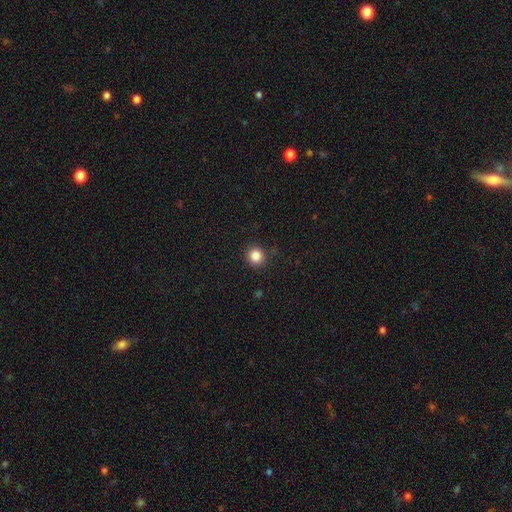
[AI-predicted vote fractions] The model was most divided on "smooth or featured": smooth: 85%, star or artifact: 11%, featured or disk: 4%. More confident: how rounded — round (93%); merging — none (89%).